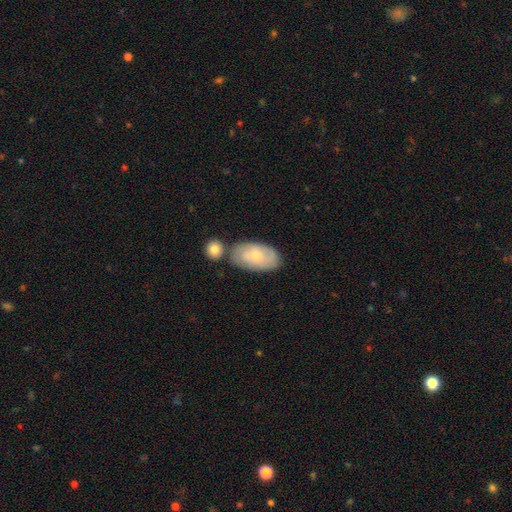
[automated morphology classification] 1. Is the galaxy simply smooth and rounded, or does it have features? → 56% smooth, 38% featured or disk, 6% star or artifact.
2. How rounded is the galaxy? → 93% in between, 6% round, 2% cigar-shaped.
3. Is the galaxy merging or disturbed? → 59% none, 19% merger, 18% minor disturbance, 4% major disturbance.